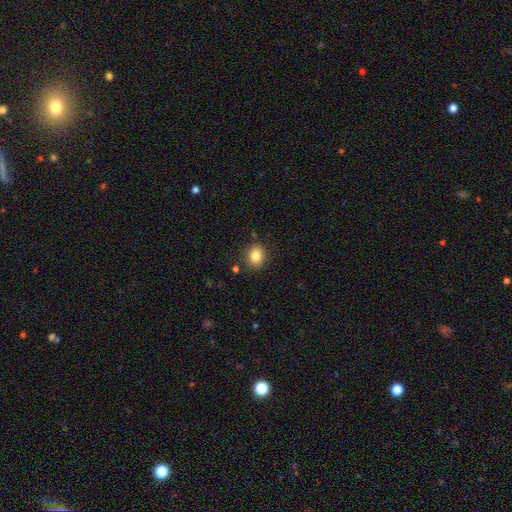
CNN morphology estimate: A smooth galaxy with no disk features (84%) that is round (54%).

Vote fractions:
- Smooth or featured? smooth: 84% / star or artifact: 10% / featured or disk: 7%
- How rounded? round: 54% / in between: 45% / cigar-shaped: 1%
- Merging? none: 86% / minor disturbance: 9% / major disturbance: 2% / merger: 2%